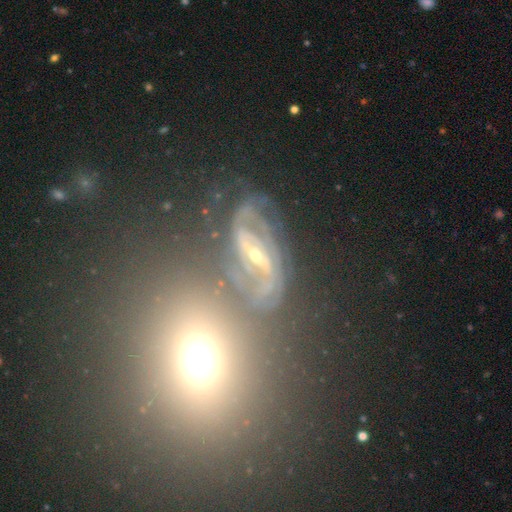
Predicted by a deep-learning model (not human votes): Smooth or featured? featured or disk (72%)
Edge-on disk? no (93%)
Bar? strong (50%)
Spiral arms? yes (87%)
Spiral winding? medium (41%)
Spiral arm count? 2 (73%)
Bulge size? small (61%)
Merging? none (55%)